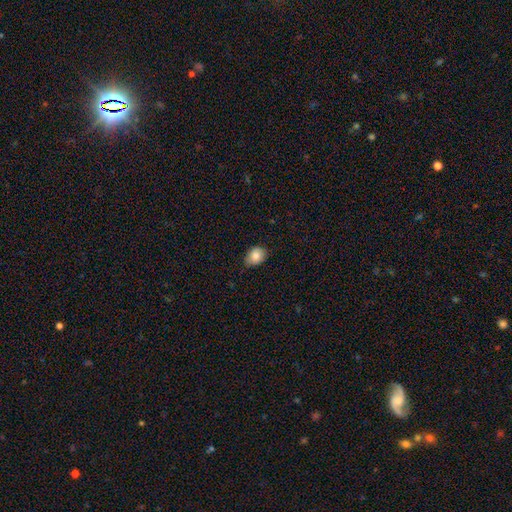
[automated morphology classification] type=smooth (84%); roundness=in between (64%); merging=none (75%).